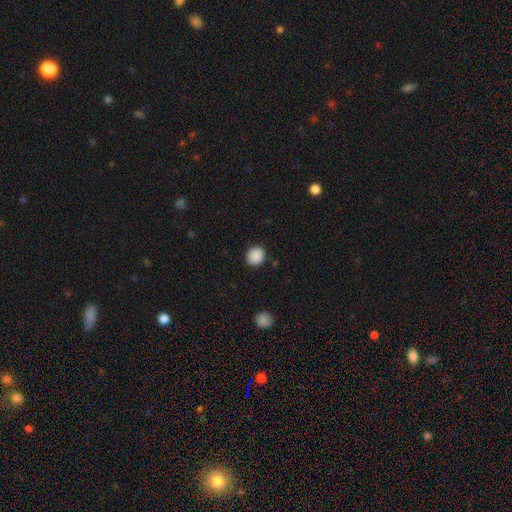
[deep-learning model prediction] Morphology: type=smooth (89%); roundness=round (77%); merging=none (88%).